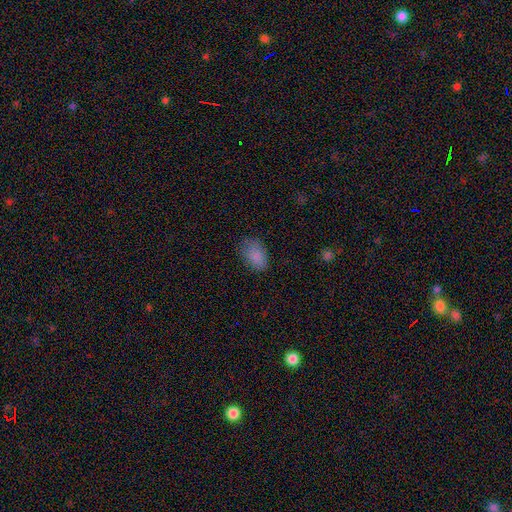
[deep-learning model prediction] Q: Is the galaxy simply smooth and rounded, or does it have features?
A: smooth — 84%.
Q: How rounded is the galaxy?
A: in between — 86%.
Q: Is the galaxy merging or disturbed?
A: none — 75%.